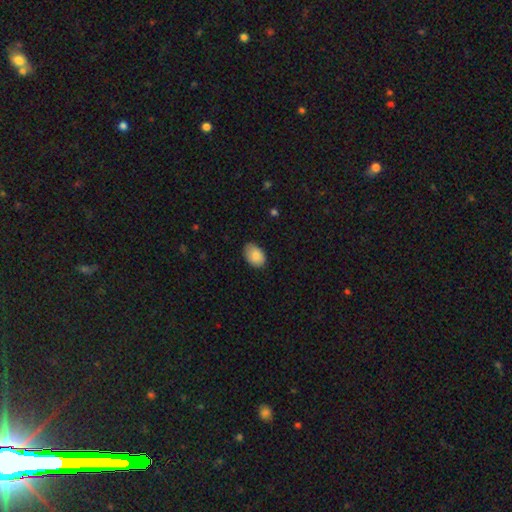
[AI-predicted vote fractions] Smooth or featured?
  - smooth: 87% *
  - star or artifact: 7%
  - featured or disk: 6%
How rounded?
  - in between: 86% *
  - round: 13%
  - cigar-shaped: 1%
Merging?
  - none: 78% *
  - minor disturbance: 18%
  - major disturbance: 3%
  - merger: 1%